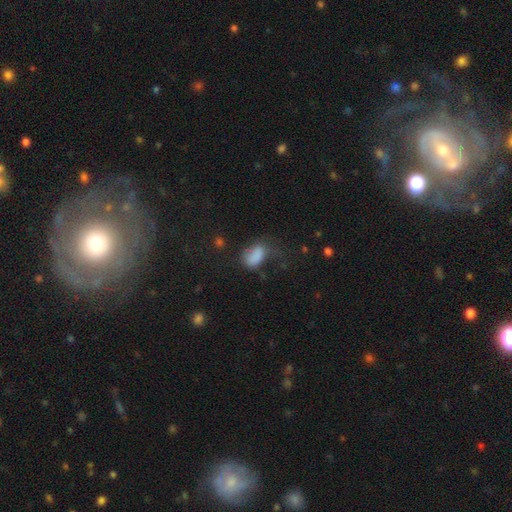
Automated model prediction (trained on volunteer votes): Smooth or featured: smooth — 77% (star or artifact — 12%)
How rounded: in between — 87% (round — 11%)
Merging: major disturbance — 35% (minor disturbance — 30%)